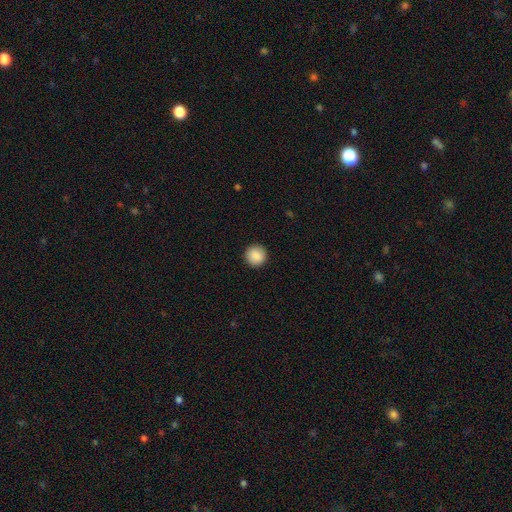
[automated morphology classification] Smooth or featured? smooth (89%)
How rounded? round (95%)
Merging? none (93%)